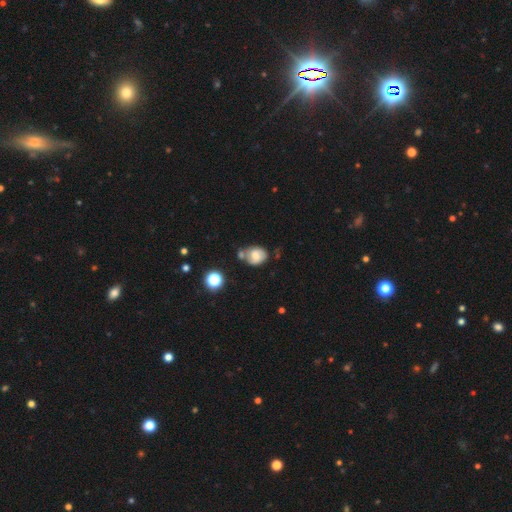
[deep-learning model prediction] Smooth or featured: smooth — 60% (featured or disk — 30%)
How rounded: round — 50% (in between — 49%)
Merging: none — 46% (merger — 26%)